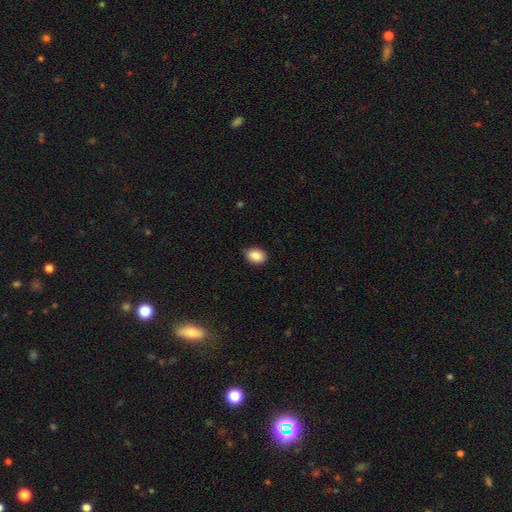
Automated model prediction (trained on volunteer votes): Q: Smooth or featured?
A: smooth (88%); runner-up: star or artifact (8%)
Q: How rounded?
A: in between (71%); runner-up: round (28%)
Q: Merging?
A: none (74%); runner-up: minor disturbance (22%)